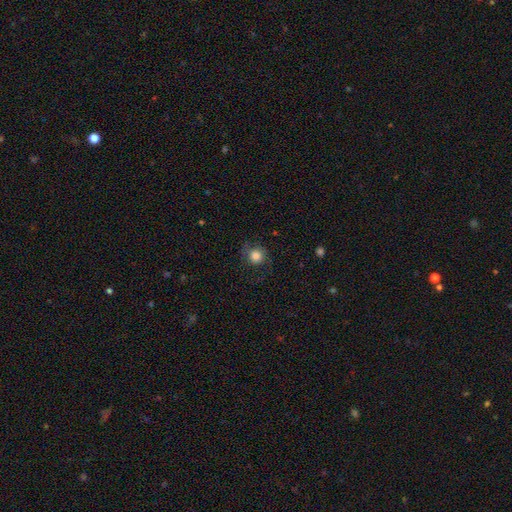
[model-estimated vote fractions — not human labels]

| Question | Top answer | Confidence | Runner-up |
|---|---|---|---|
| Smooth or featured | smooth | 77% | featured or disk (14%) |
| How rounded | round | 91% | in between (8%) |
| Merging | none | 72% | minor disturbance (16%) |